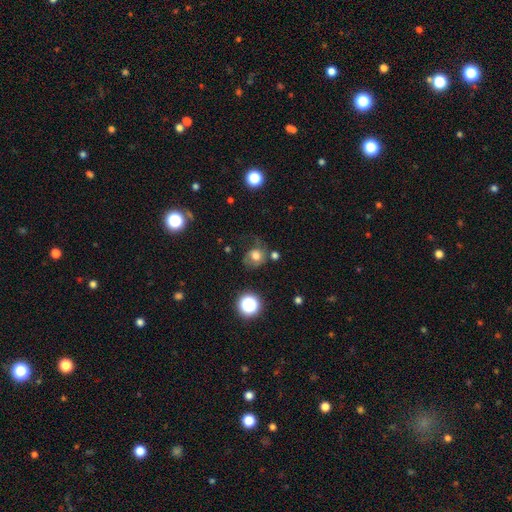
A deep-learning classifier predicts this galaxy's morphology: Smooth or featured?
  - smooth: 61% *
  - featured or disk: 24%
  - star or artifact: 15%
How rounded?
  - round: 74% *
  - in between: 25%
  - cigar-shaped: 1%
Merging?
  - none: 47% *
  - minor disturbance: 26%
  - major disturbance: 23%
  - merger: 5%